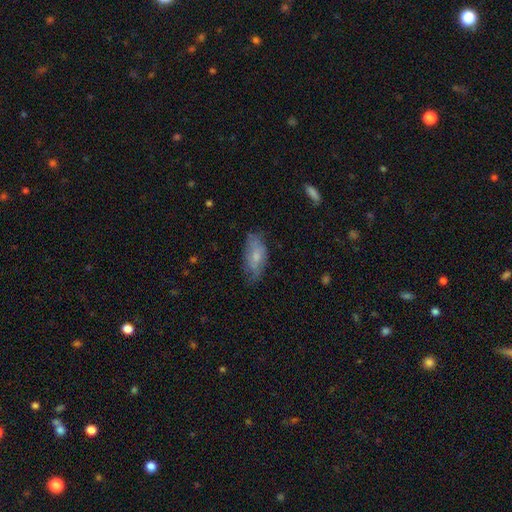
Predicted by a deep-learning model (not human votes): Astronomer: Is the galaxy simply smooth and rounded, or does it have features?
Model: smooth — 64%.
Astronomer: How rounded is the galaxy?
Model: in between — 86%.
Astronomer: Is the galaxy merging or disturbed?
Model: none — 58%.